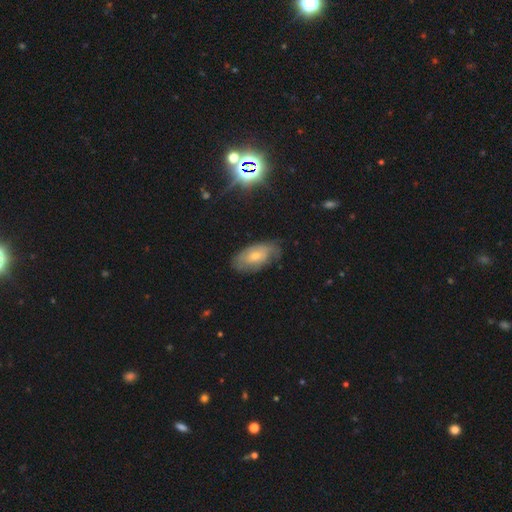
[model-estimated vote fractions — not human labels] Smooth or featured? Predicted: smooth (p=0.46). Merging? Predicted: none (p=0.62).